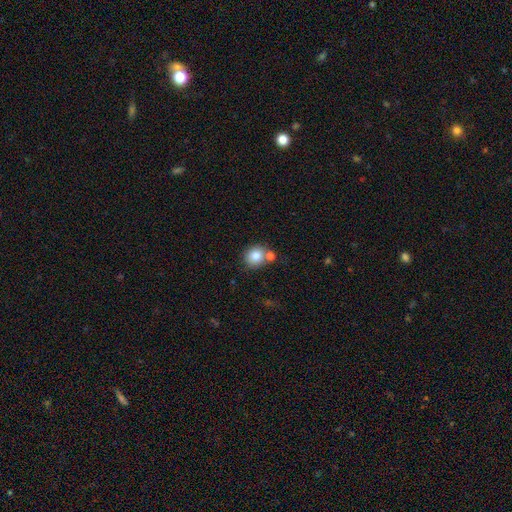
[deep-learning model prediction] The model was most divided on "merging": none: 60%, merger: 25%, minor disturbance: 11%, major disturbance: 4%. More confident: smooth or featured — smooth (84%); how rounded — round (80%).